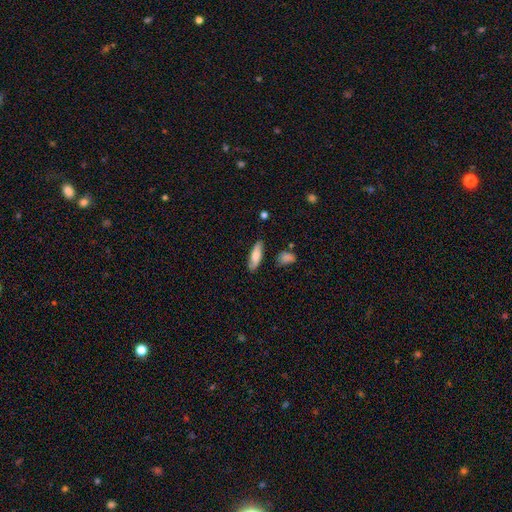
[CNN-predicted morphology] The model was most divided on "how rounded": in between: 53%, cigar-shaped: 45%, round: 2%. More confident: merging — none (79%); smooth or featured — smooth (76%).